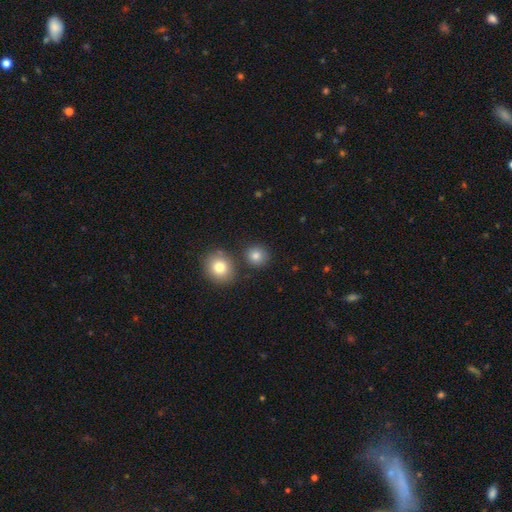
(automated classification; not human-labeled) Smooth or featured?
  - smooth: 82% *
  - star or artifact: 11%
  - featured or disk: 7%
How rounded?
  - round: 88% *
  - in between: 12%
  - cigar-shaped: 1%
Merging?
  - none: 82% *
  - merger: 8%
  - minor disturbance: 7%
  - major disturbance: 2%